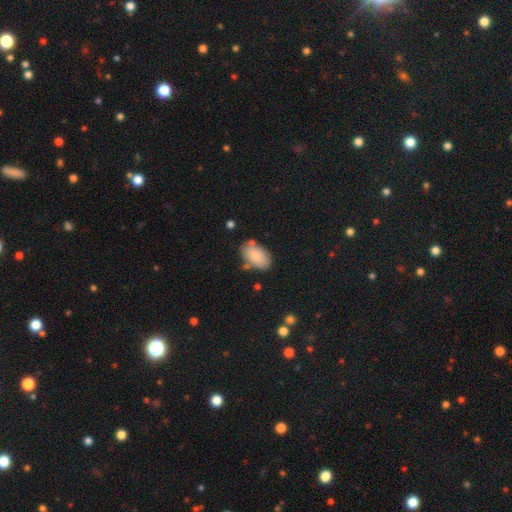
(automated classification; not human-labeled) Q: Smooth or featured?
A: smooth (85%); runner-up: featured or disk (8%)
Q: How rounded?
A: in between (94%); runner-up: round (5%)
Q: Merging?
A: none (66%); runner-up: minor disturbance (20%)